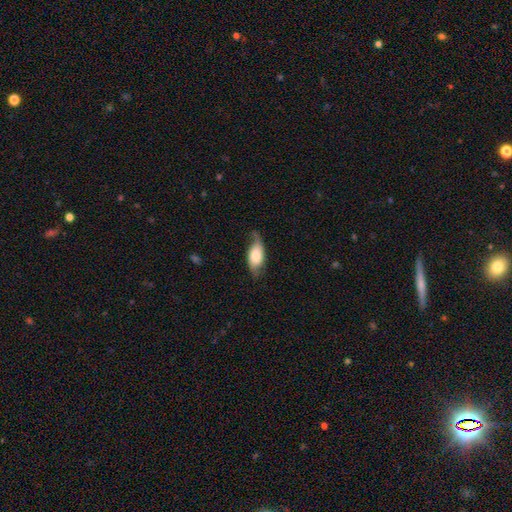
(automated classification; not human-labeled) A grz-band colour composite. It shows a smooth galaxy with no disk features (56%) that is in between round and cigar-shaped (87%). Merging: none (51%).